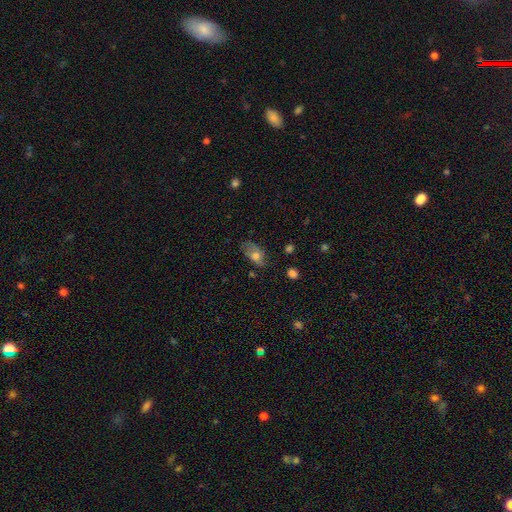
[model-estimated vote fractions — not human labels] Smooth or featured: smooth — 61% (featured or disk — 29%)
How rounded: in between — 88% (round — 9%)
Merging: none — 53% (minor disturbance — 30%)